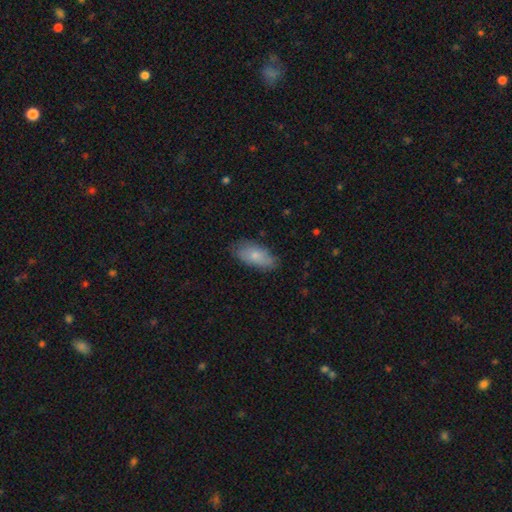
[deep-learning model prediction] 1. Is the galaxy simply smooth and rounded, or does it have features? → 77% smooth, 17% featured or disk, 6% star or artifact.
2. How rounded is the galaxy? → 88% in between, 10% cigar-shaped, 3% round.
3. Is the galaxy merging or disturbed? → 76% none, 20% minor disturbance, 4% major disturbance, 1% merger.